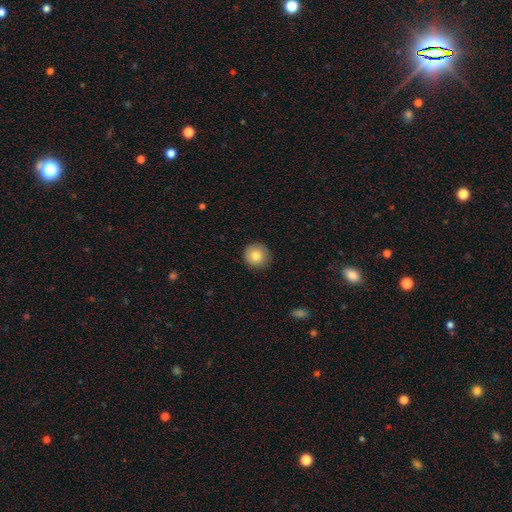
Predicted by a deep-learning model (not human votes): This appears to be a smooth galaxy with no disk features (82%) that is round (95%). Merging: none (90%).